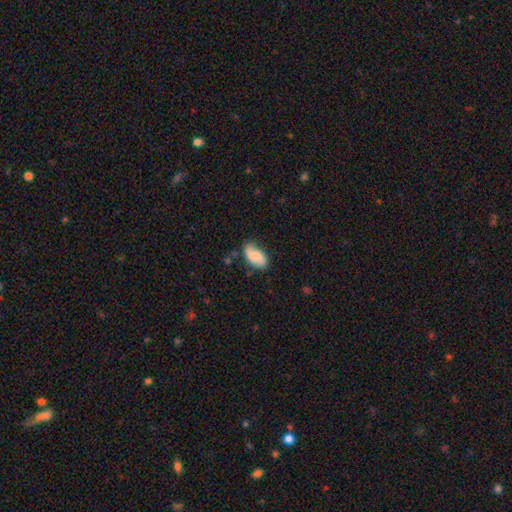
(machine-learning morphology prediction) Smooth or featured: smooth — 66% (featured or disk — 27%)
How rounded: in between — 93% (round — 4%)
Merging: none — 58% (minor disturbance — 30%)